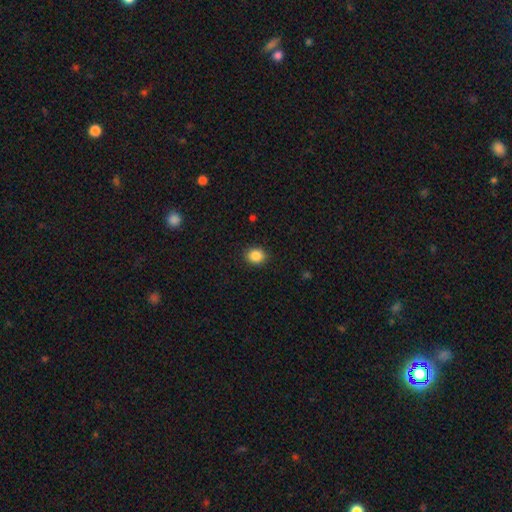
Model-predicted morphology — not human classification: Smooth or featured? smooth (87%)
How rounded? round (65%)
Merging? none (90%)